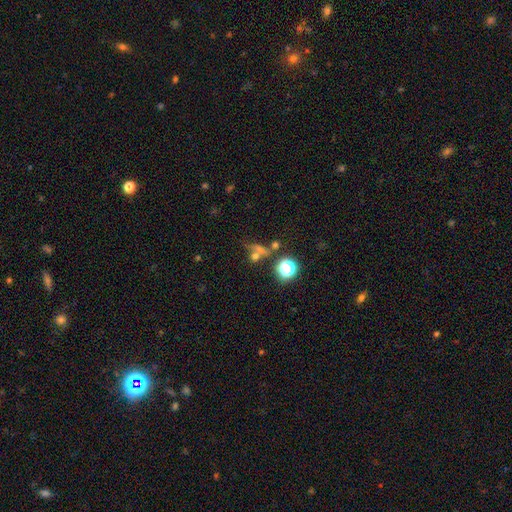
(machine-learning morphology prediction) This is possibly a smooth galaxy (51%). How rounded: likely round (63%). Merging: possibly none (47%).